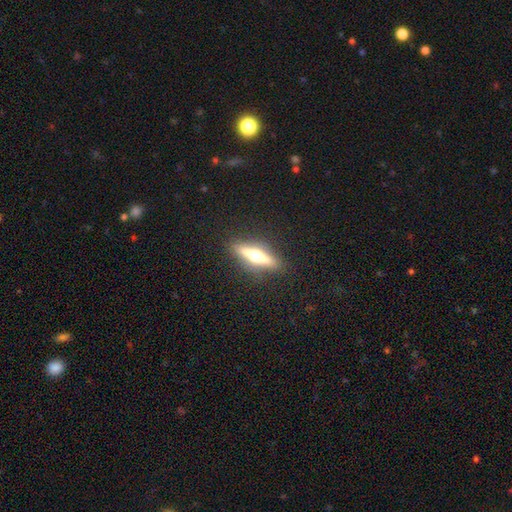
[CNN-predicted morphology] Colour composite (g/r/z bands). It shows a featured or disk galaxy (64%) viewed edge-on (94%) with a rounded central bulge (94%). Merging: none (88%).